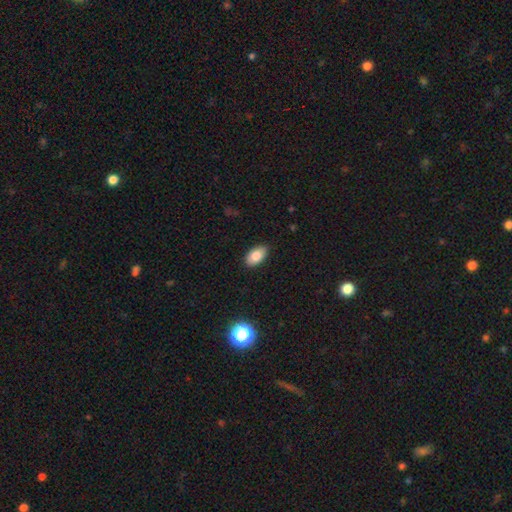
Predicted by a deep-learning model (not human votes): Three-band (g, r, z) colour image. It shows a smooth galaxy with no disk features (82%) that is in between round and cigar-shaped (93%). Merging: none (86%).